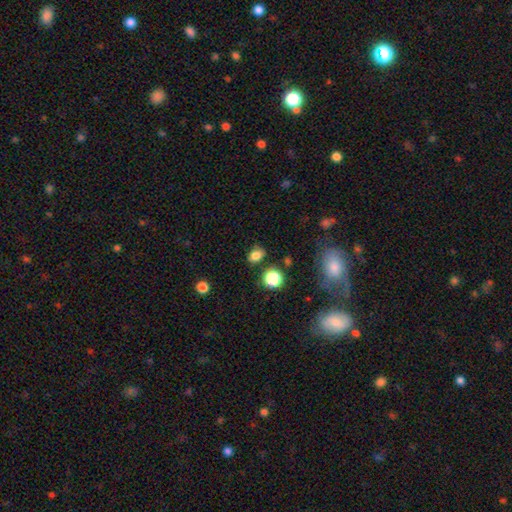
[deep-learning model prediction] smooth-or-featured: smooth: 80% | star or artifact: 14% | featured or disk: 6%
  how-rounded: in between: 66% | round: 33% | cigar-shaped: 1%
  merging: none: 80% | minor disturbance: 13% | merger: 4% | major disturbance: 3%